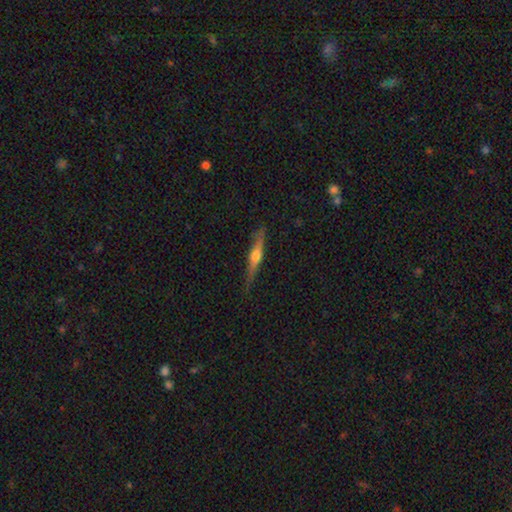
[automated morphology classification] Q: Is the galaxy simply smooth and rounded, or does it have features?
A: featured or disk — 65%.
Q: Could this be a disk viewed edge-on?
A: yes — 96%.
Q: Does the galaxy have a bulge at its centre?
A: rounded — 90%.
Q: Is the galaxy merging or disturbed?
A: none — 82%.